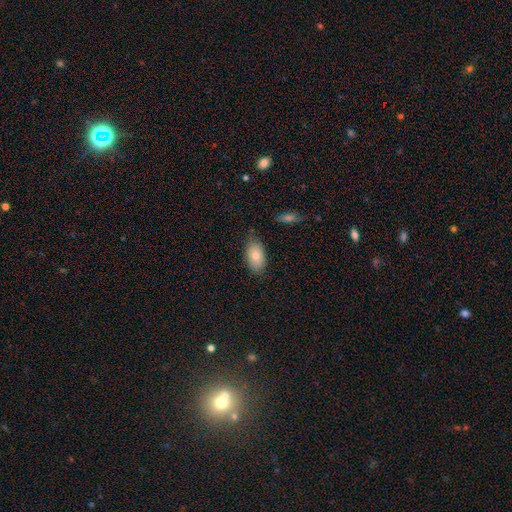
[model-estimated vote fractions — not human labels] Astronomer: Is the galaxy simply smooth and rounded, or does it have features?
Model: smooth — 78%.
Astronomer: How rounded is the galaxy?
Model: in between — 92%.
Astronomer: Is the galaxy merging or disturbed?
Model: none — 80%.